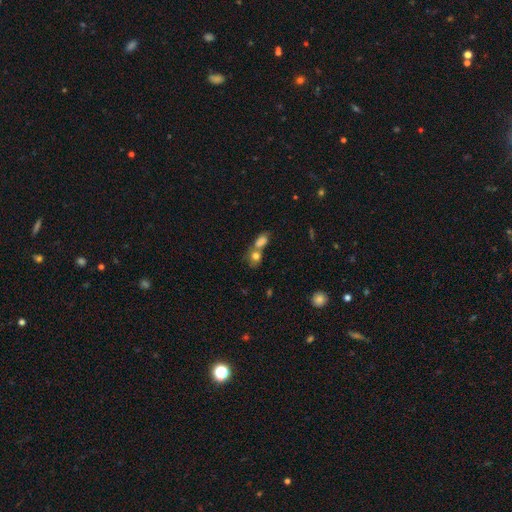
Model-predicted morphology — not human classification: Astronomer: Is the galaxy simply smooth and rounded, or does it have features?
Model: smooth — 64%.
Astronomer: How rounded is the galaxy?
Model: in between — 52% (runner-up: round, 43%).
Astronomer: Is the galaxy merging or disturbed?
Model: merger — 50% (runner-up: none, 38%).